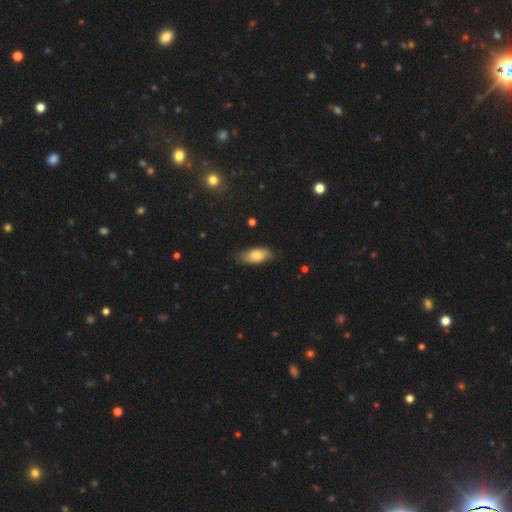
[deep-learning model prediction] Q: Smooth or featured?
A: smooth (77%); runner-up: featured or disk (17%)
Q: How rounded?
A: in between (84%); runner-up: cigar-shaped (14%)
Q: Merging?
A: none (74%); runner-up: minor disturbance (21%)